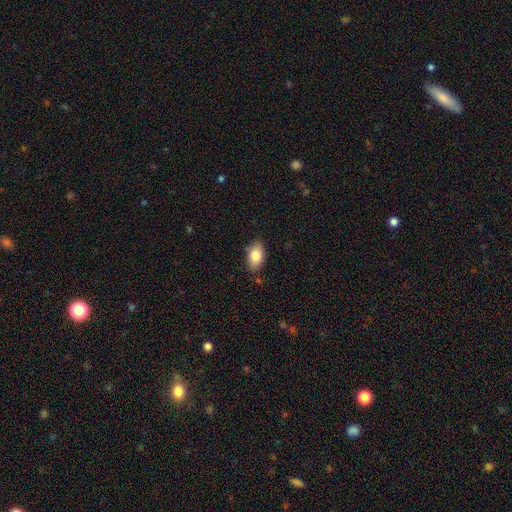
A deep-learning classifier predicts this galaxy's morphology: This appears to be a smooth galaxy with no disk features (83%) that is in between round and cigar-shaped (92%). Merging: none (82%).